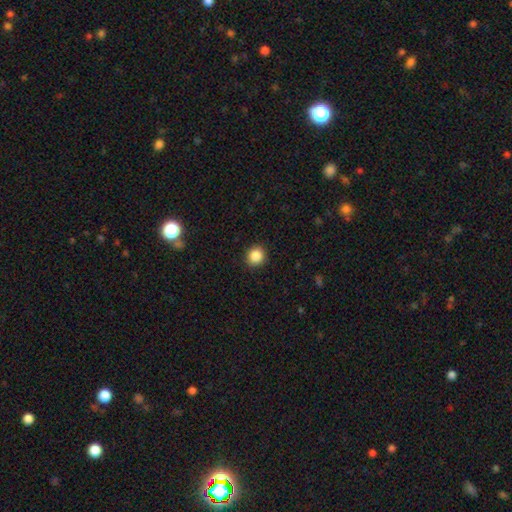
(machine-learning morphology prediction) type=smooth (87%); roundness=round (88%); merging=none (91%).